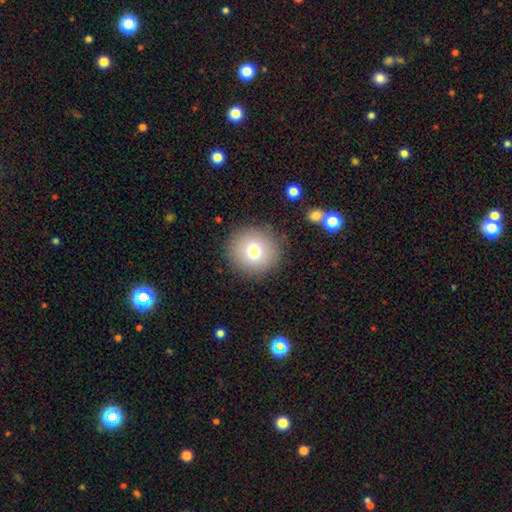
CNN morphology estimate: Overall: smooth (67%). How rounded: round (94%). Merging: none (90%).